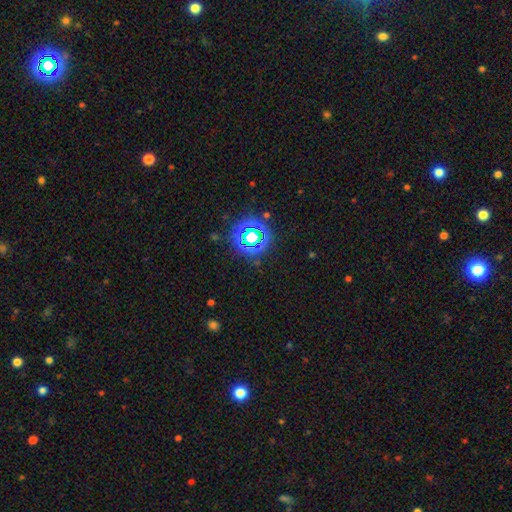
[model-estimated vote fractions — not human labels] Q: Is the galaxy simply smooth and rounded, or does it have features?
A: star or artifact — 78%.